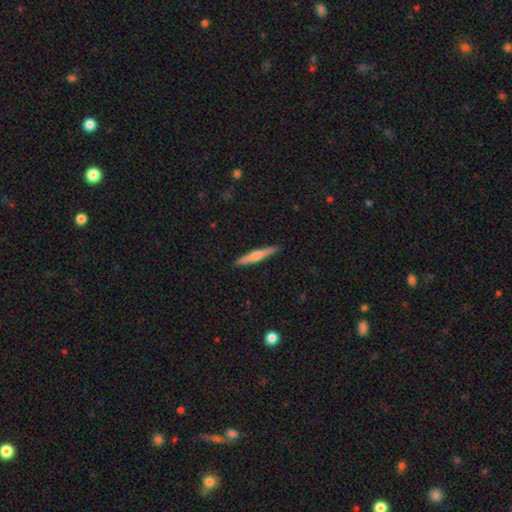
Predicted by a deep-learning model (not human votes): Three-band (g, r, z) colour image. It shows a smooth galaxy with no disk features (49%). Merging: none (92%).